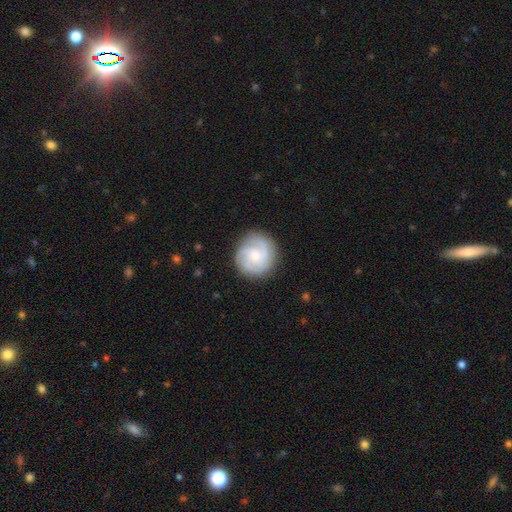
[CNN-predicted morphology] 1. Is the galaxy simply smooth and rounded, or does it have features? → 72% featured or disk, 23% smooth, 6% star or artifact.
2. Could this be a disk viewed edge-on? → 98% no, 2% yes.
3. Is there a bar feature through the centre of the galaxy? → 67% no, 30% weak, 4% strong.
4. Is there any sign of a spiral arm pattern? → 96% yes, 4% no.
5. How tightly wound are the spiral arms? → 52% tight, 38% medium, 10% loose.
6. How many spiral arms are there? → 45% 3, 23% 2, 16% can't tell, 7% 4, 5% 1, 4% more than 4.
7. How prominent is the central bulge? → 56% small, 33% moderate, 6% none, 4% large, 1% dominant.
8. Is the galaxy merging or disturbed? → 82% none, 12% minor disturbance, 4% major disturbance, 1% merger.